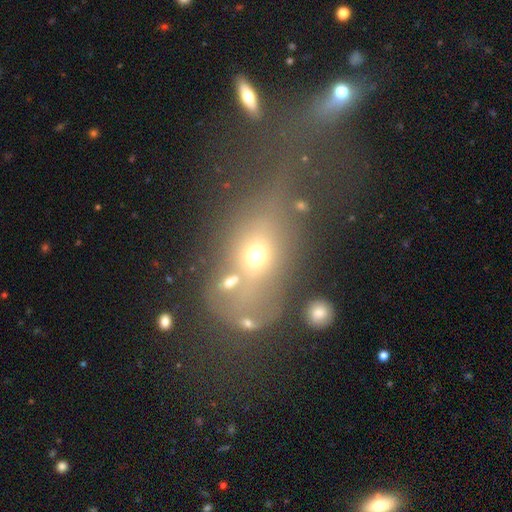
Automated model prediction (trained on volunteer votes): A smooth galaxy with no disk features (50%).

Vote fractions:
- Smooth or featured? smooth: 50% / featured or disk: 30% / star or artifact: 21%
- Merging? major disturbance: 33% / merger: 29% / none: 23% / minor disturbance: 14%